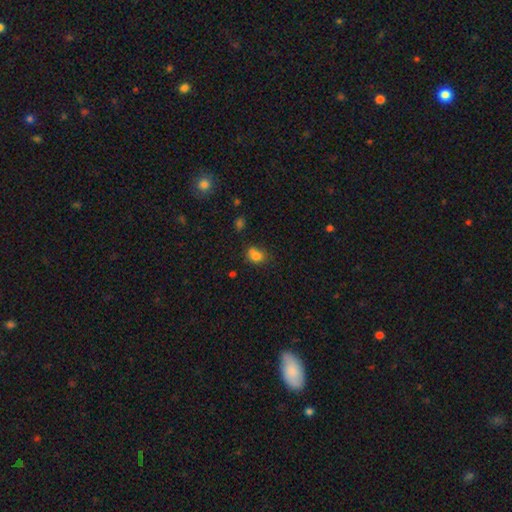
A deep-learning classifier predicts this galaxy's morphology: smooth-or-featured: smooth: 78% | star or artifact: 13% | featured or disk: 9%
  how-rounded: in between: 51% | round: 47% | cigar-shaped: 1%
  merging: none: 49% | merger: 26% | minor disturbance: 20% | major disturbance: 6%